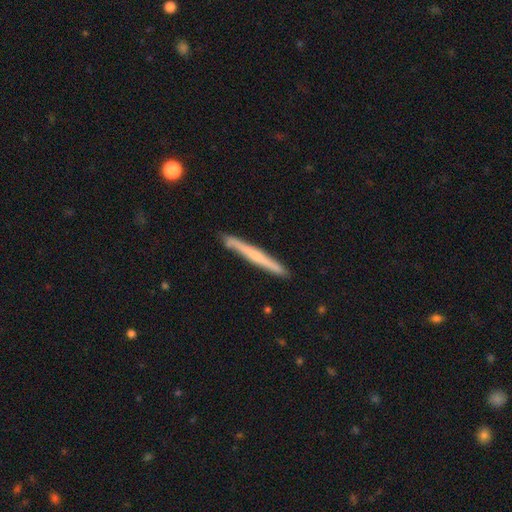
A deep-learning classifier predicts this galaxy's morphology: featured or disk 52%, smooth 43%, star or artifact 6%. Down the decision tree: edge-on disk — yes (97%); edge-on bulge — none (61%); merging — none (89%).